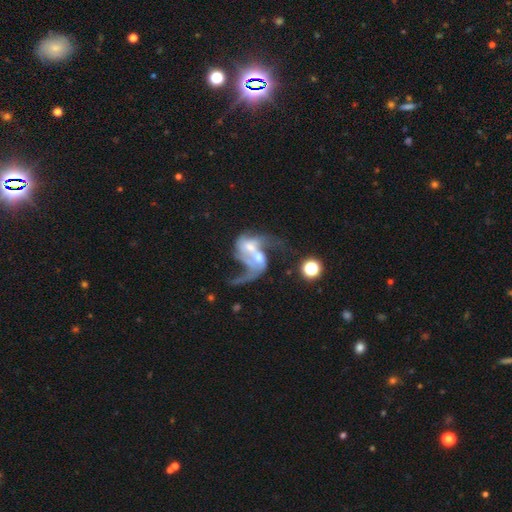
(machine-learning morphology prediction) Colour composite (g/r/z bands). It shows a featured or disk galaxy (76%) with no bar (45%), 2 (64%) loose (77%) spiral arms (78%) and a moderate central bulge (44%). Merging: merger (63%).